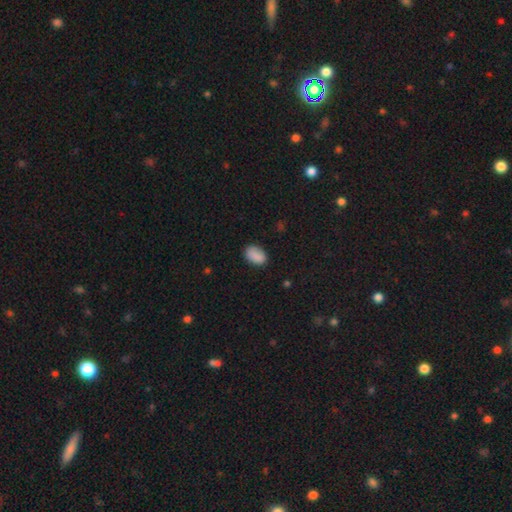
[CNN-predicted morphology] A smooth galaxy with no disk features (88%) that is in between round and cigar-shaped (87%).

Vote fractions:
- Smooth or featured? smooth: 88% / star or artifact: 8% / featured or disk: 4%
- How rounded? in between: 87% / round: 11% / cigar-shaped: 1%
- Merging? none: 82% / minor disturbance: 14% / major disturbance: 3% / merger: 1%